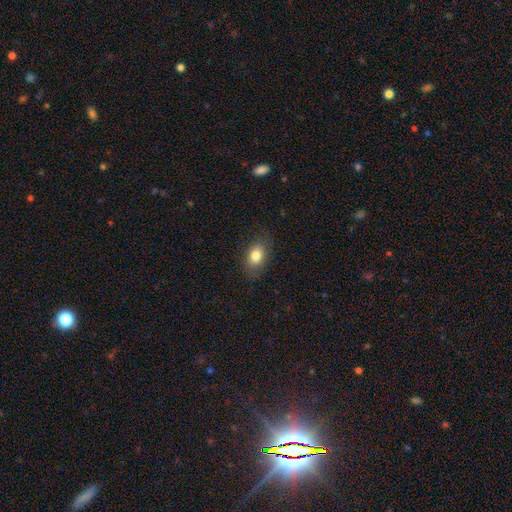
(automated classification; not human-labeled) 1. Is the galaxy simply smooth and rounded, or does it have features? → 81% smooth, 11% featured or disk, 9% star or artifact.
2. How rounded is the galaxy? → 83% in between, 15% round, 2% cigar-shaped.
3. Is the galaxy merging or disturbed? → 81% none, 14% minor disturbance, 4% major disturbance, 1% merger.